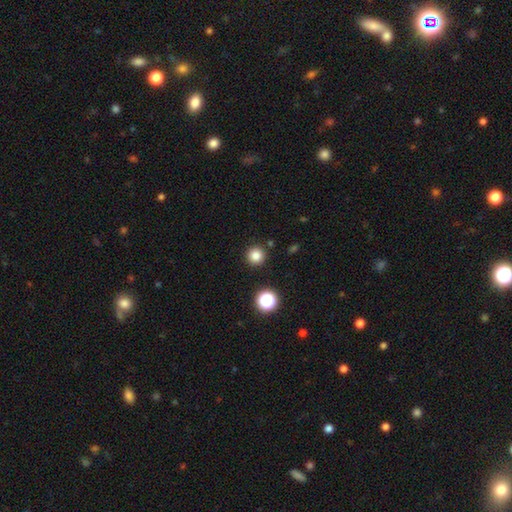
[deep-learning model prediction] A smooth galaxy with no disk features (82%) that is round (96%).

Vote fractions:
- Smooth or featured? smooth: 82% / star or artifact: 13% / featured or disk: 5%
- How rounded? round: 96% / in between: 4% / cigar-shaped: 1%
- Merging? none: 90% / minor disturbance: 5% / merger: 3% / major disturbance: 2%